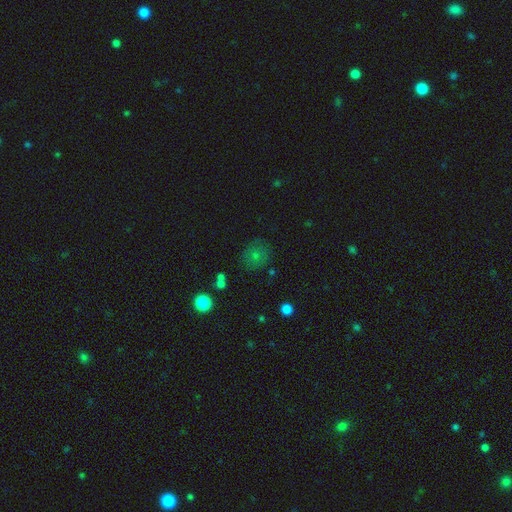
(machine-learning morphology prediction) A smooth galaxy with no disk features (68%) that is round (81%).

Vote fractions:
- Smooth or featured? smooth: 68% / star or artifact: 16% / featured or disk: 15%
- How rounded? round: 81% / in between: 18% / cigar-shaped: 1%
- Merging? none: 75% / minor disturbance: 15% / major disturbance: 6% / merger: 4%